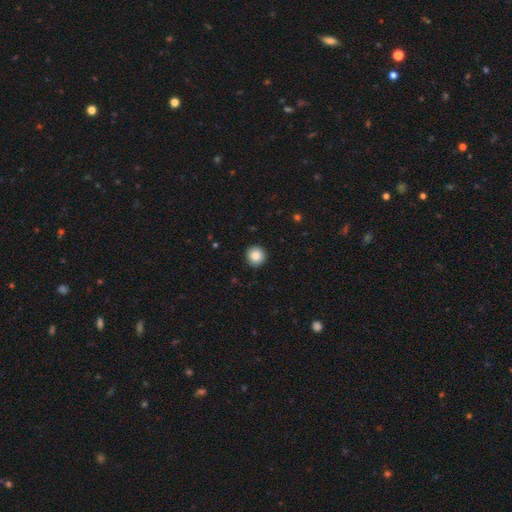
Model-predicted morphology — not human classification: The model was most divided on "smooth or featured": smooth: 87%, star or artifact: 9%, featured or disk: 4%. More confident: how rounded — round (94%); merging — none (92%).